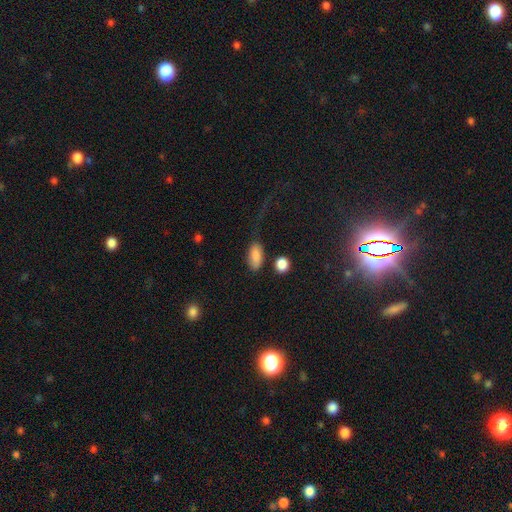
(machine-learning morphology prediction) This is clearly a smooth galaxy (85%). How rounded: clearly in between (90%). Merging: likely none (71%).